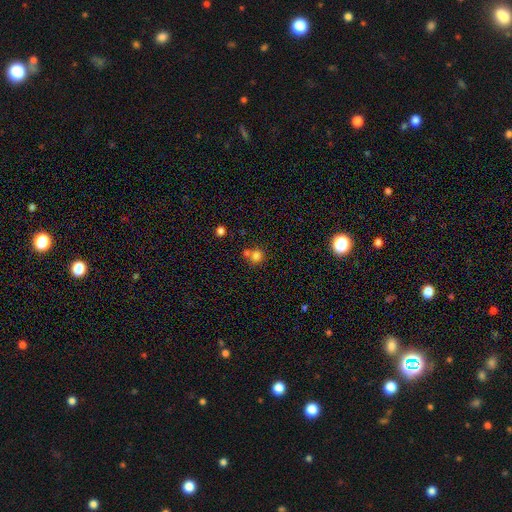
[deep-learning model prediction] A smooth galaxy with no disk features (77%) that is round (84%). Merging: none (50%).